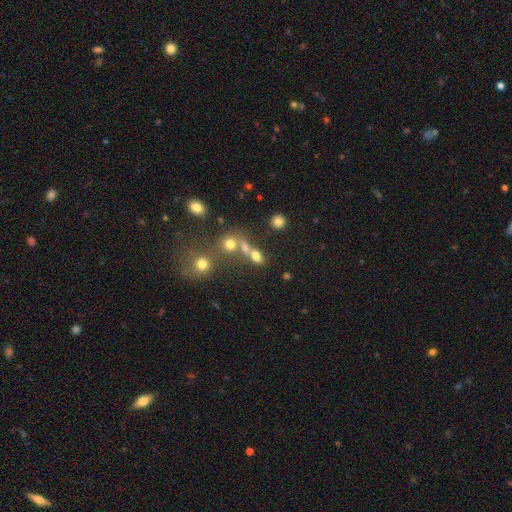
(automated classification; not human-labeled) smooth 70%, star or artifact 16%, featured or disk 14%. Down the decision tree: how rounded — in between (62%); merging — none (46%).